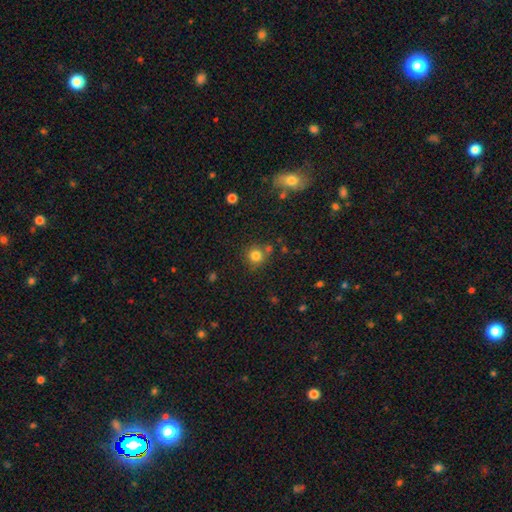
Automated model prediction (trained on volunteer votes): A smooth galaxy with no disk features (80%) that is round (92%). Merging: none (74%).